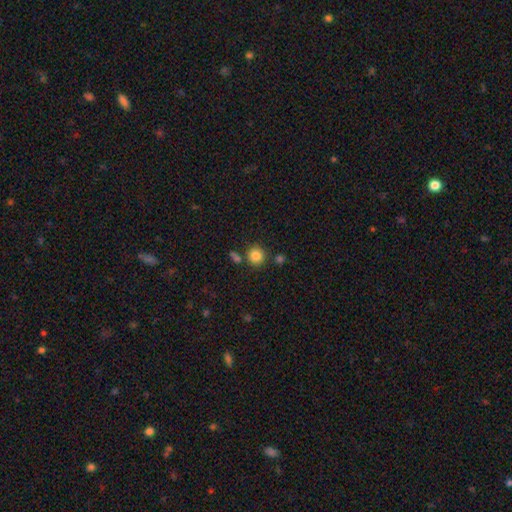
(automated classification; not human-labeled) The model was most divided on "merging": none: 77%, merger: 11%, minor disturbance: 10%, major disturbance: 3%. More confident: how rounded — round (90%); smooth or featured — smooth (83%).